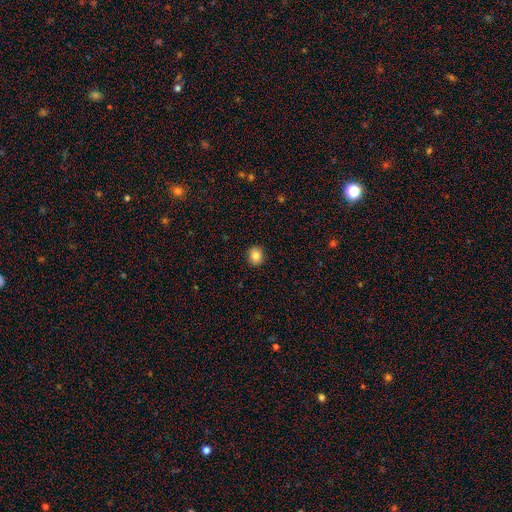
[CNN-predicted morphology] smooth 84%, star or artifact 9%, featured or disk 7%. Down the decision tree: how rounded — round (73%); merging — none (91%).